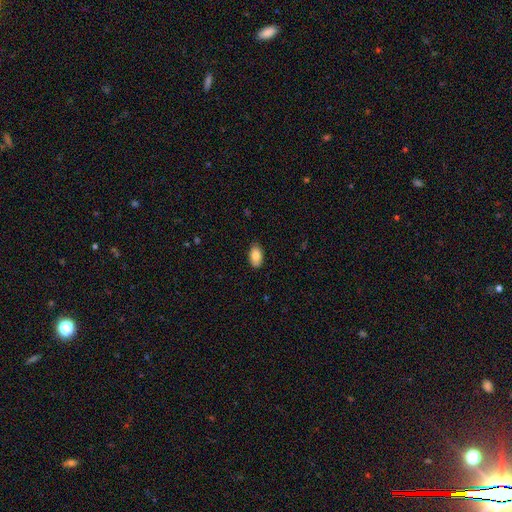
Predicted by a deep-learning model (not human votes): Morphology: type=smooth (83%); roundness=in between (94%); merging=none (85%).